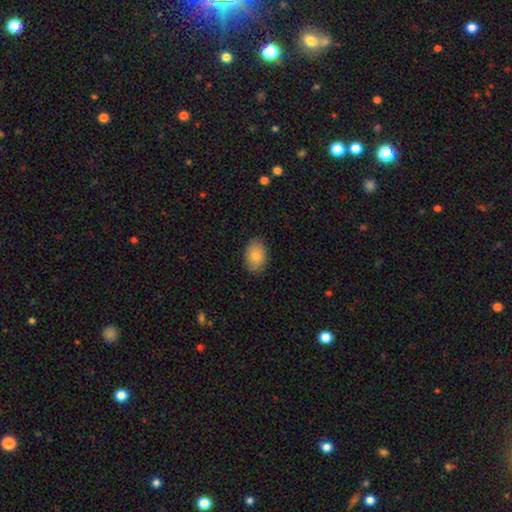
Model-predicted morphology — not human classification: The model was most divided on "smooth or featured": smooth: 79%, featured or disk: 13%, star or artifact: 8%. More confident: merging — none (86%); how rounded — in between (83%).